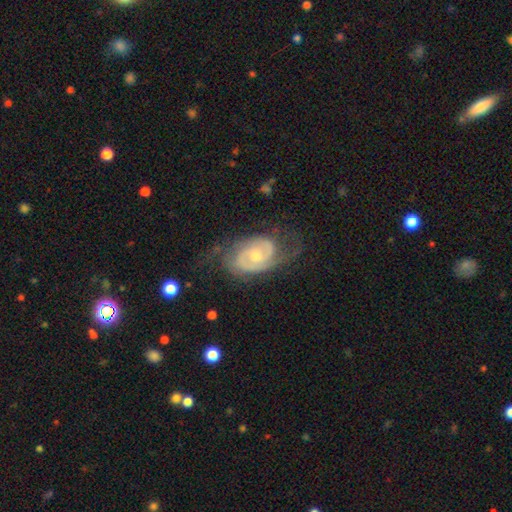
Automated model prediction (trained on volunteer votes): smooth-or-featured: featured or disk: 85% | smooth: 10% | star or artifact: 5%
  disk-edge-on: no: 97% | yes: 3%
    bar: no: 62% | weak: 33% | strong: 6%
    has-spiral-arms: yes: 94% | no: 6%
      spiral-winding: tight: 53% | medium: 36% | loose: 11%
      spiral-arm-count: 2: 75% | can't tell: 12% | 1: 5% | 3: 5% | 4: 2% | more than 4: 2%
    bulge-size: moderate: 56% | small: 38% | large: 3% | none: 2% | dominant: 1%
  merging: none: 62% | minor disturbance: 23% | major disturbance: 14% | merger: 2%